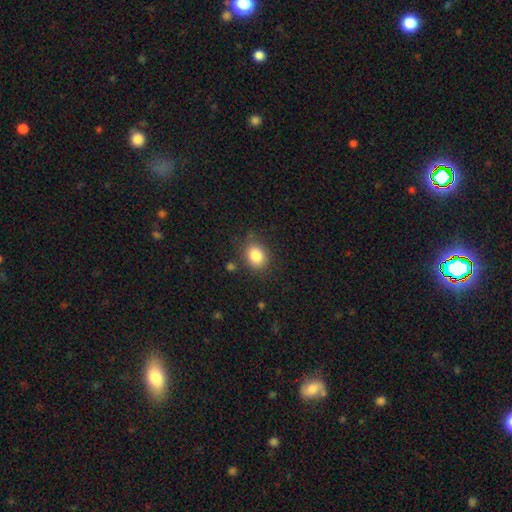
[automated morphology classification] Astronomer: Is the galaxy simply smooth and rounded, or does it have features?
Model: smooth — 84%.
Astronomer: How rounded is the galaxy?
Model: in between — 51% (runner-up: round, 48%).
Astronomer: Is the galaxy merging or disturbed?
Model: none — 78%.